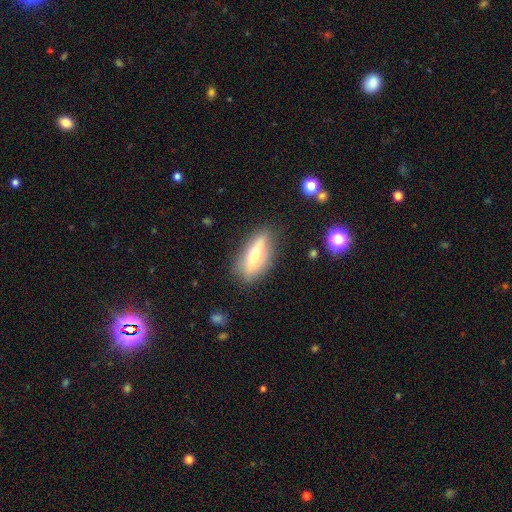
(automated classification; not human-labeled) The model was most divided on "smooth or featured": smooth: 49%, featured or disk: 44%, star or artifact: 8%. More confident: merging — none (81%).